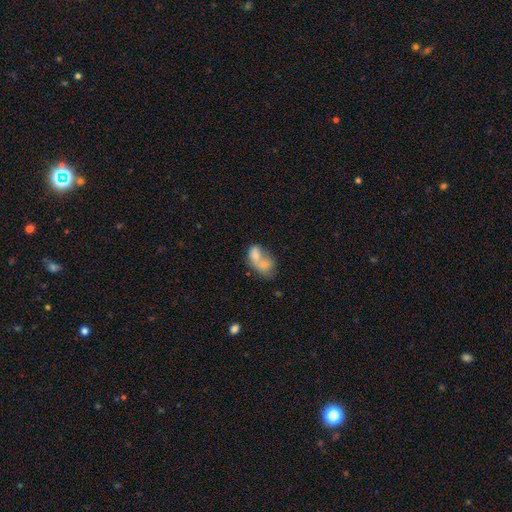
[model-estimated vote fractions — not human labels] This is likely a smooth galaxy (64%). How rounded: likely in between (76%). Merging: likely merger (66%).